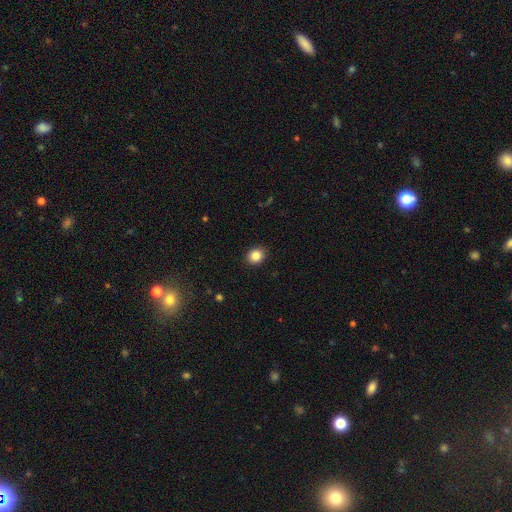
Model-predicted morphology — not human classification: This appears to be a smooth galaxy with no disk features (86%) that is round (68%). Merging: none (90%).